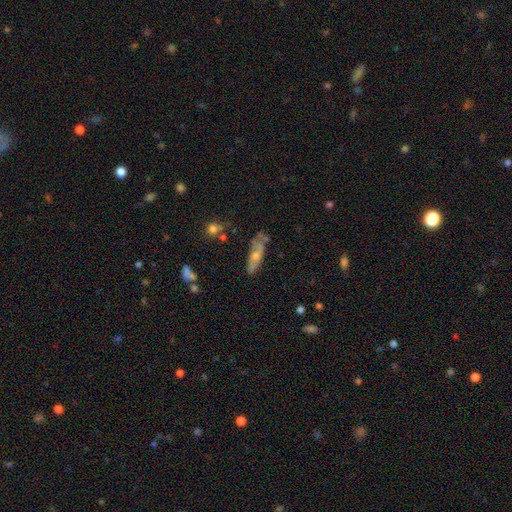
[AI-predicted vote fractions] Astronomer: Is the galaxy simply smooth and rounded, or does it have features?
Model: featured or disk — 52% (runner-up: smooth, 36%).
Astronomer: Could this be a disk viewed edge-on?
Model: no — 67%.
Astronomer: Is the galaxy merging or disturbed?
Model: none — 63%.